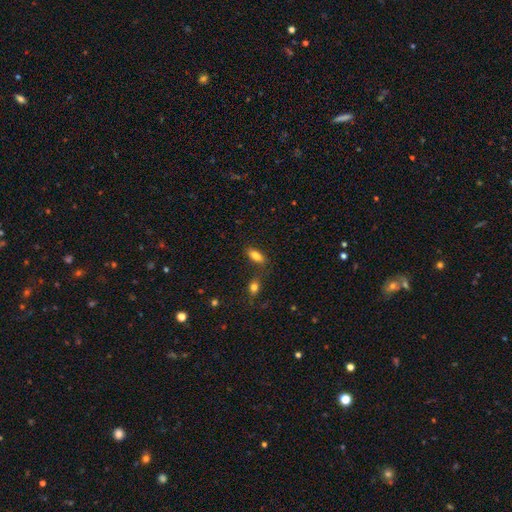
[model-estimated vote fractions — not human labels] This appears to be a smooth galaxy with no disk features (82%) that is in between round and cigar-shaped (82%). Merging: none (76%).